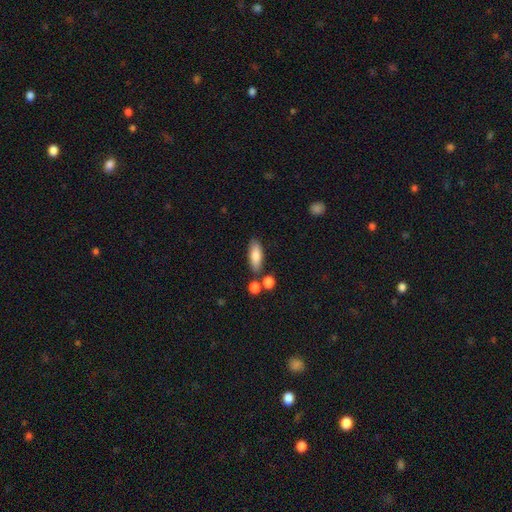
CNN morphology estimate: This appears to be a smooth galaxy with no disk features (81%) that is in between round and cigar-shaped (71%). Merging: none (75%).